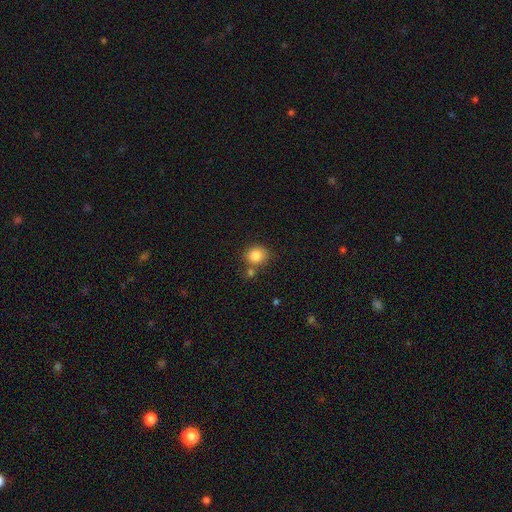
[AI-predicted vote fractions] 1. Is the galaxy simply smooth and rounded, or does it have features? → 84% smooth, 10% star or artifact, 7% featured or disk.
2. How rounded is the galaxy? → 76% round, 23% in between, 1% cigar-shaped.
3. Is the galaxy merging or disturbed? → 68% none, 16% merger, 12% minor disturbance, 3% major disturbance.